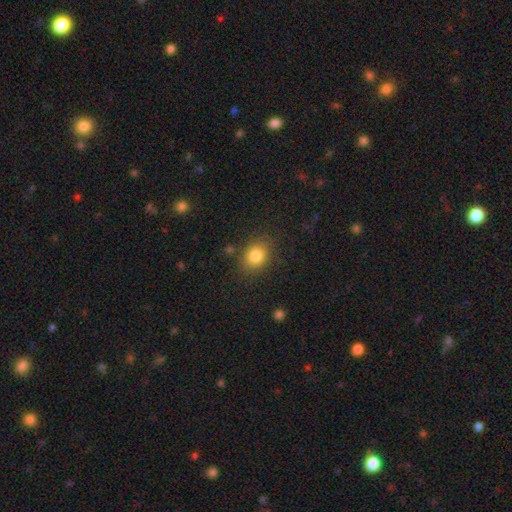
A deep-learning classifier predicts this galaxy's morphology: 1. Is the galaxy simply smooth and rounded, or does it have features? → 82% smooth, 10% star or artifact, 8% featured or disk.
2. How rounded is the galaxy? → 58% in between, 41% round, 1% cigar-shaped.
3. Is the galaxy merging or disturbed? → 81% none, 12% minor disturbance, 4% major disturbance, 2% merger.